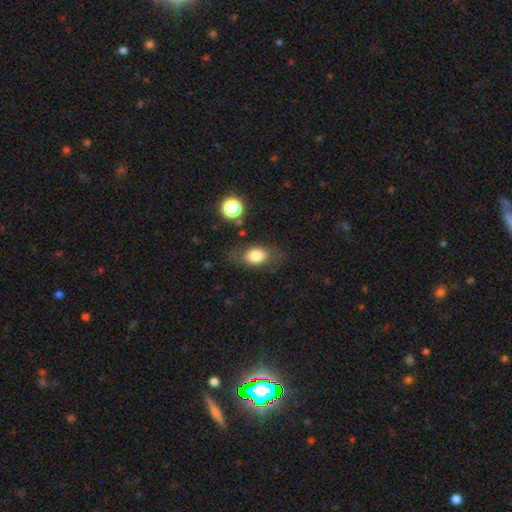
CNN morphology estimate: Smooth or featured? Predicted: smooth (p=0.76). How rounded? Predicted: in between (p=0.77). Merging? Predicted: none (p=0.71).